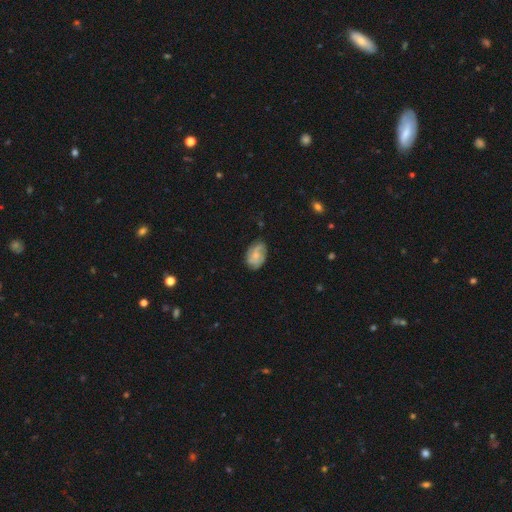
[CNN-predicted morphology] The model was most divided on "spiral winding": medium: 42%, tight: 40%, loose: 18%. Remaining: edge-on disk — no (97%); spiral arms — yes (89%); merging — none (69%); bar — no (69%); smooth or featured — featured or disk (59%); bulge size — small (49%); spiral arm count — 2 (32%).